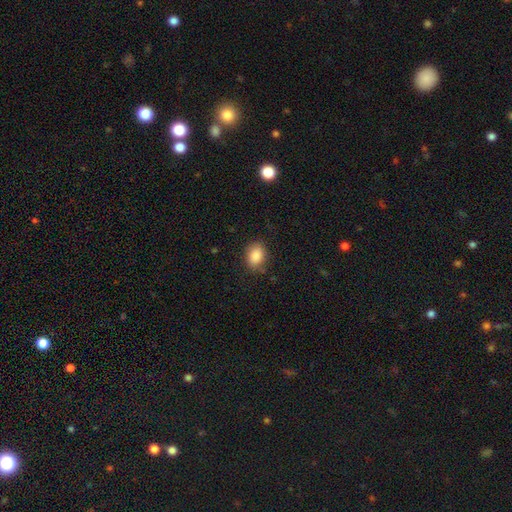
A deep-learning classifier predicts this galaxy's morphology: Smooth or featured: smooth — 87% (star or artifact — 8%)
How rounded: in between — 69% (round — 30%)
Merging: none — 80% (minor disturbance — 15%)